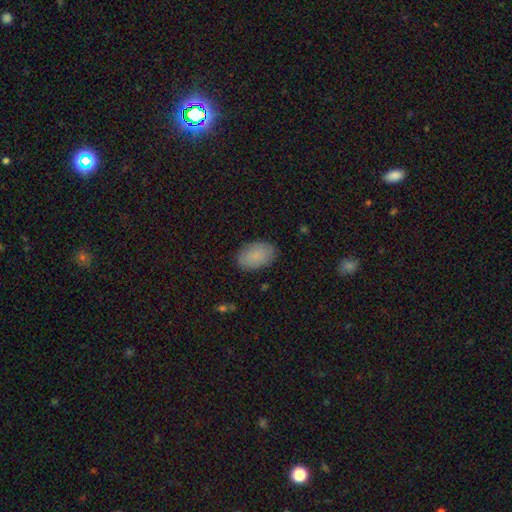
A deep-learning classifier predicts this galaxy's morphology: Smooth or featured?
  - smooth: 86% *
  - star or artifact: 7%
  - featured or disk: 6%
How rounded?
  - in between: 89% *
  - round: 10%
  - cigar-shaped: 1%
Merging?
  - none: 85% *
  - minor disturbance: 11%
  - major disturbance: 3%
  - merger: 1%